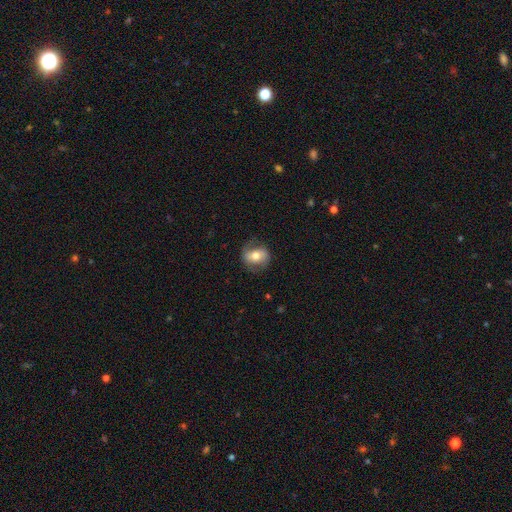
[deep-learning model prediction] Smooth or featured? smooth (49%)
Merging? none (73%)